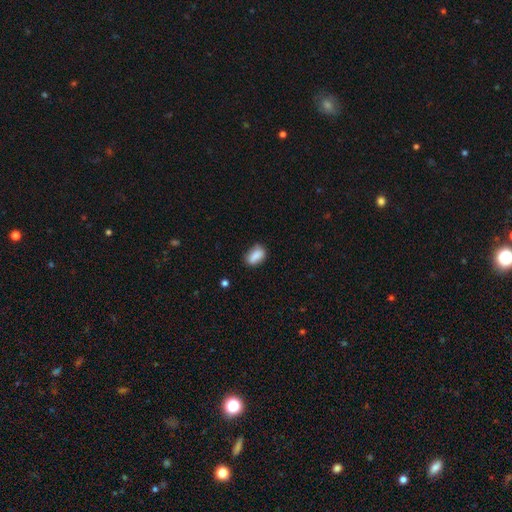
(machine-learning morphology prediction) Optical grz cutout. It shows a smooth galaxy with no disk features (85%) that is in between round and cigar-shaped (85%). Merging: none (70%).